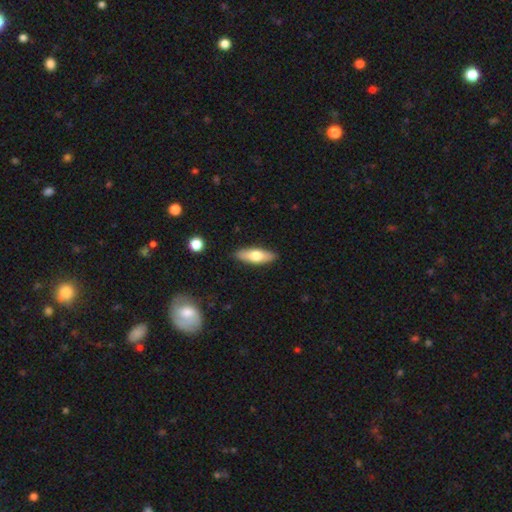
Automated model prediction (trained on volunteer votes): Smooth or featured?
  - smooth: 61% *
  - featured or disk: 33%
  - star or artifact: 6%
How rounded?
  - in between: 57% *
  - cigar-shaped: 40%
  - round: 3%
Merging?
  - none: 88% *
  - minor disturbance: 9%
  - major disturbance: 2%
  - merger: 1%